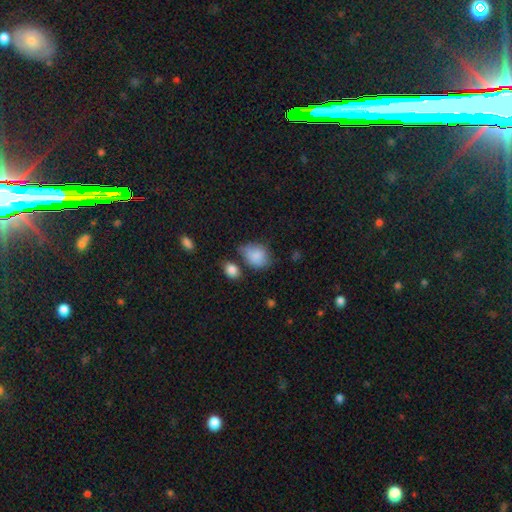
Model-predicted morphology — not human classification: Smooth or featured? smooth (85%)
How rounded? in between (63%)
Merging? none (51%)